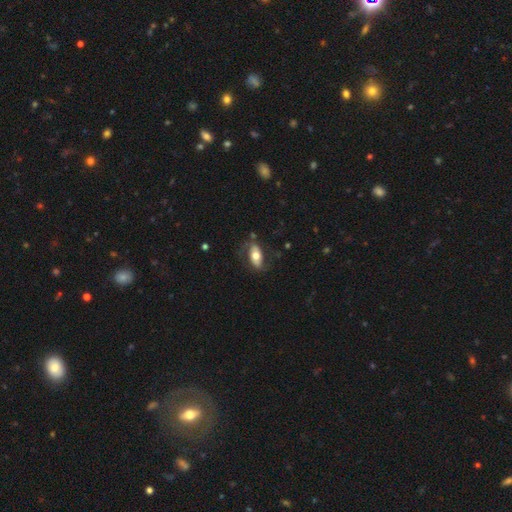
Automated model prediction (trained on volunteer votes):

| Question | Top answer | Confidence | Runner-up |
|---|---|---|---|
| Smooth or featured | smooth | 51% | featured or disk (44%) |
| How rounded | in between | 85% | cigar-shaped (10%) |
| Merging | none | 65% | minor disturbance (21%) |